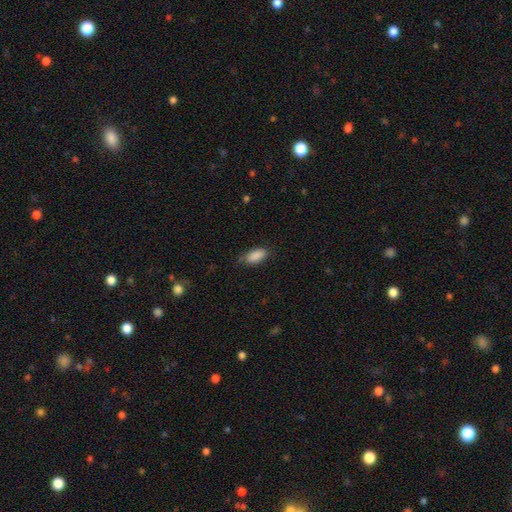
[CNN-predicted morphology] A smooth galaxy with no disk features (89%) that is in between round and cigar-shaped (90%). Merging: none (73%).